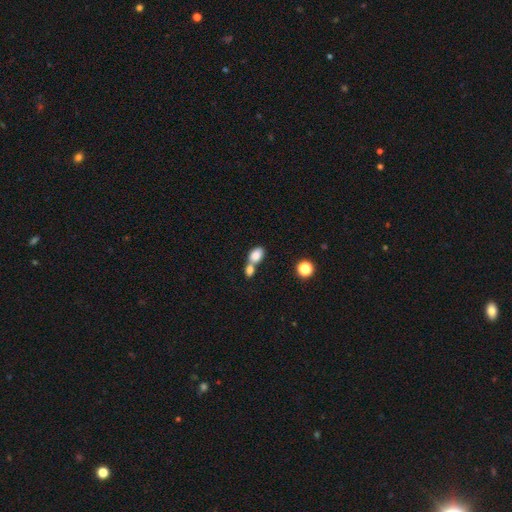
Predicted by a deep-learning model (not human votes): Morphology: type=smooth (82%); roundness=in between (84%); merging=merger (57%).